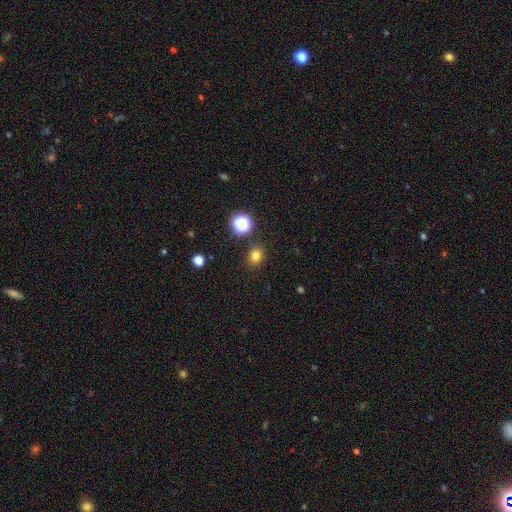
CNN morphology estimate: A smooth galaxy with no disk features (77%) that is round (76%). Merging: none (87%).